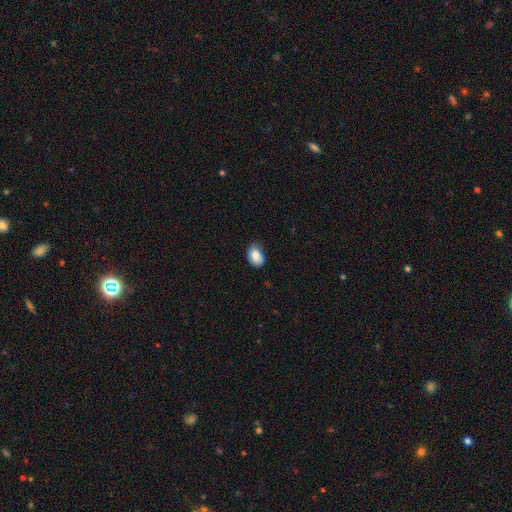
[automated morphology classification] smooth 83%, featured or disk 10%, star or artifact 8%. Down the decision tree: how rounded — in between (83%); merging — none (59%).